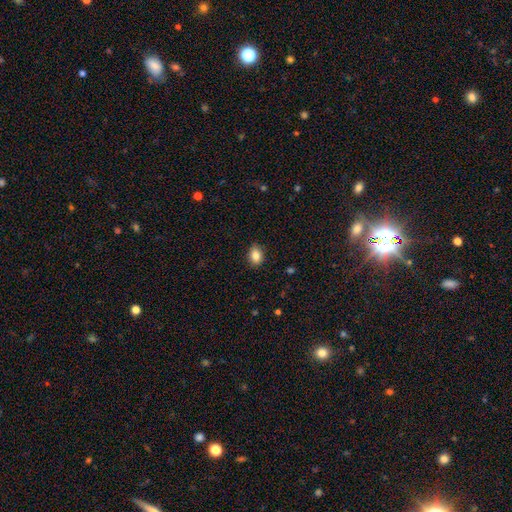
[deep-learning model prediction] This is clearly a smooth galaxy (84%). How rounded: likely in between (71%). Merging: clearly none (86%).